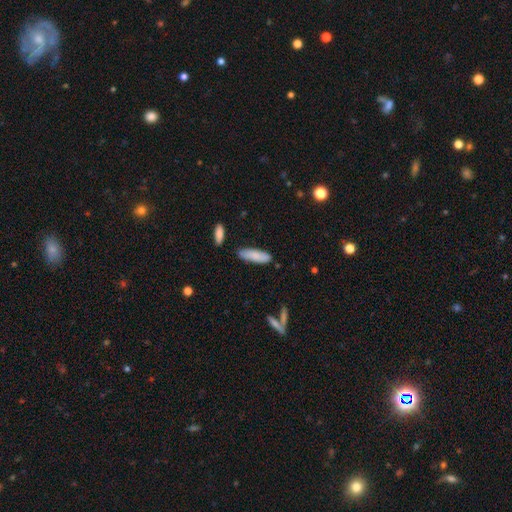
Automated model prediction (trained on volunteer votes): Q: Smooth or featured?
A: smooth (84%); runner-up: featured or disk (10%)
Q: How rounded?
A: cigar-shaped (54%); runner-up: in between (45%)
Q: Merging?
A: none (82%); runner-up: minor disturbance (13%)